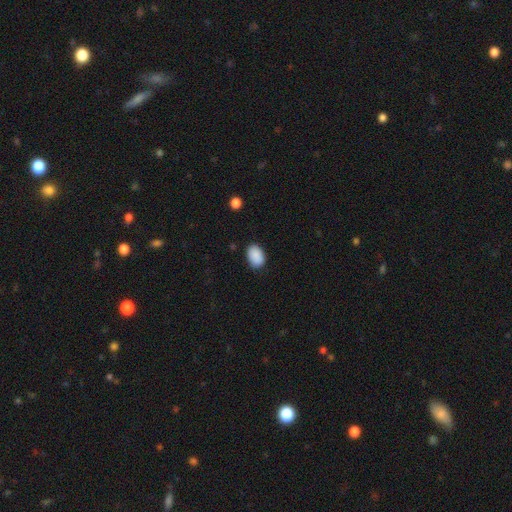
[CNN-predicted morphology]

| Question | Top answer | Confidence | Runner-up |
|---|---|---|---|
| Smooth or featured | smooth | 90% | star or artifact (7%) |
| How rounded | in between | 86% | round (12%) |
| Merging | none | 85% | minor disturbance (11%) |